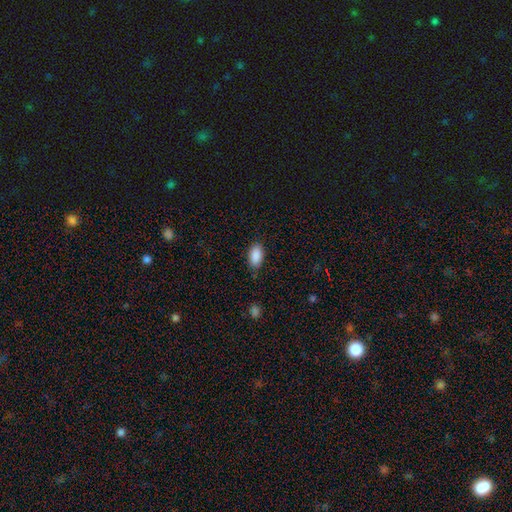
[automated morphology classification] A smooth galaxy with no disk features (90%) that is in between round and cigar-shaped (94%). Merging: none (83%).